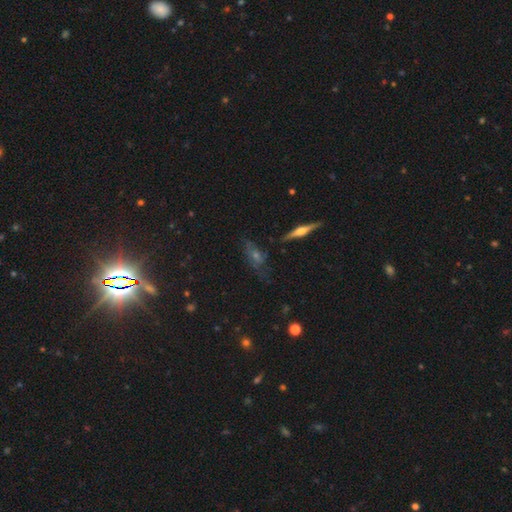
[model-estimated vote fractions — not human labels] Q: Smooth or featured?
A: featured or disk (51%); runner-up: smooth (26%)
Q: Edge-on disk?
A: yes (58%); runner-up: no (42%)
Q: Merging?
A: none (63%); runner-up: minor disturbance (22%)